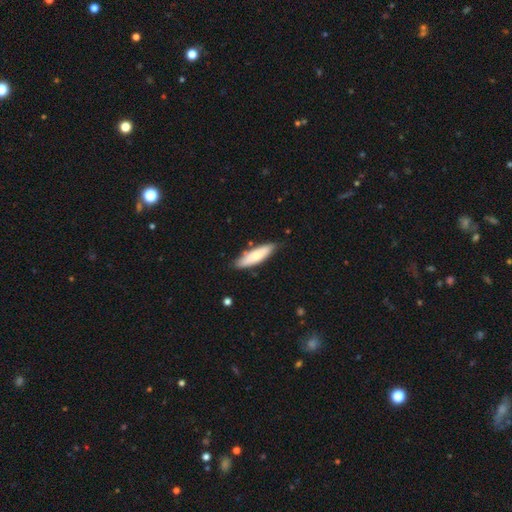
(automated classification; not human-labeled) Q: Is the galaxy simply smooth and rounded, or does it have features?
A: smooth — 68%.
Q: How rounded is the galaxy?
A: cigar-shaped — 58%.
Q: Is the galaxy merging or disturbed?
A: none — 80%.